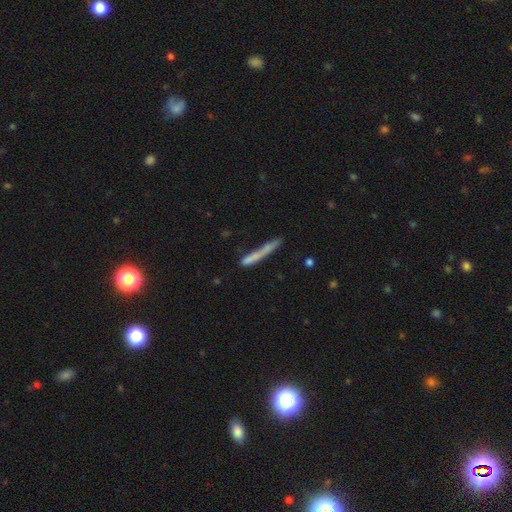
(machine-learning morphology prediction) This appears to be a smooth galaxy with no disk features (63%) that is cigar-shaped (95%). Merging: none (64%).